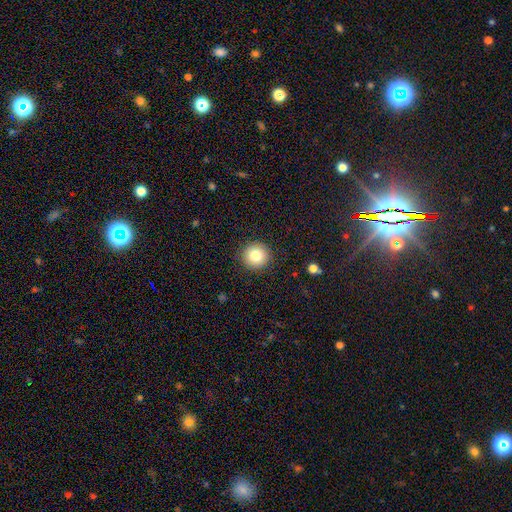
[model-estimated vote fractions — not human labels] Smooth or featured: smooth — 82% (star or artifact — 10%)
How rounded: round — 95% (in between — 4%)
Merging: none — 91% (minor disturbance — 6%)